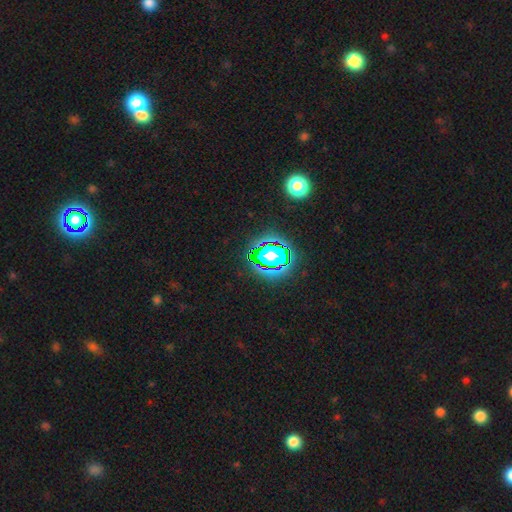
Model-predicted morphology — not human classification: A star or artifact, not a galaxy (79%).